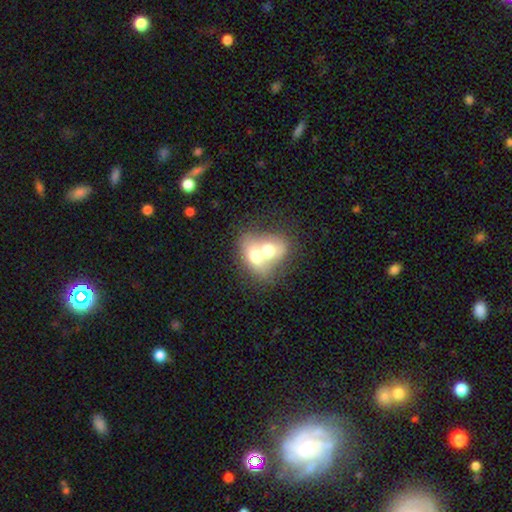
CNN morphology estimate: The model was most divided on "how rounded": in between: 61%, round: 38%, cigar-shaped: 1%. More confident: merging — merger (79%); smooth or featured — smooth (62%).